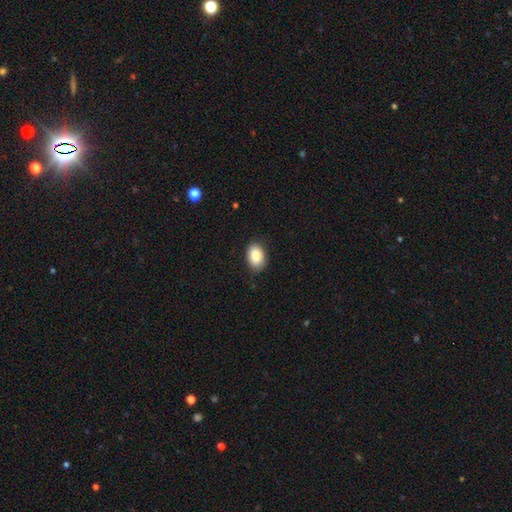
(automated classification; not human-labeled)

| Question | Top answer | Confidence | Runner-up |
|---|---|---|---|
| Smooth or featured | smooth | 88% | star or artifact (7%) |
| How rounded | in between | 85% | round (14%) |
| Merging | none | 85% | minor disturbance (12%) |